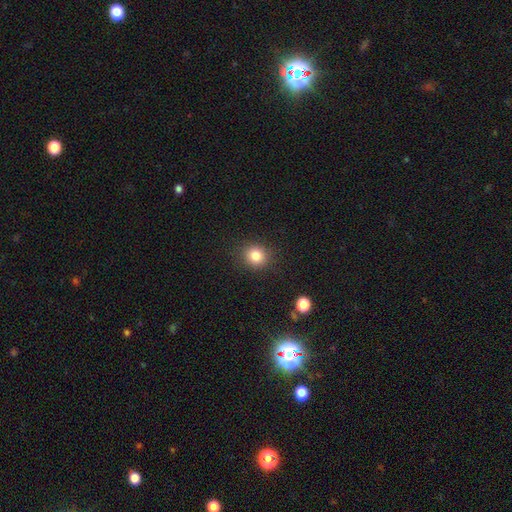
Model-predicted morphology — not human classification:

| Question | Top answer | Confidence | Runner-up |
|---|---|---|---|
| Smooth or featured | smooth | 83% | star or artifact (11%) |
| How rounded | round | 82% | in between (17%) |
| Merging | none | 88% | minor disturbance (8%) |